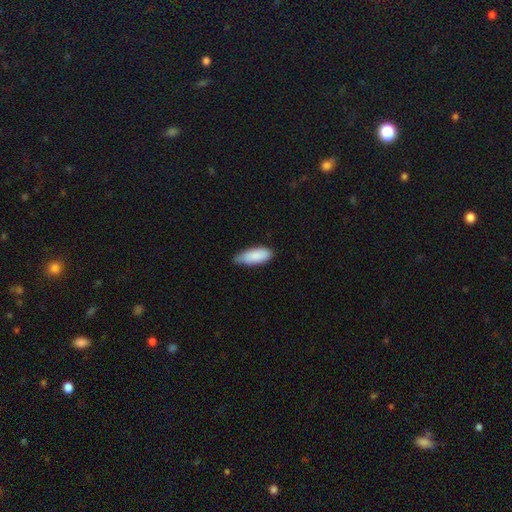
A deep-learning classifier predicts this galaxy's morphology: This is clearly a smooth galaxy (88%). How rounded: clearly in between (82%). Merging: possibly none (55%).